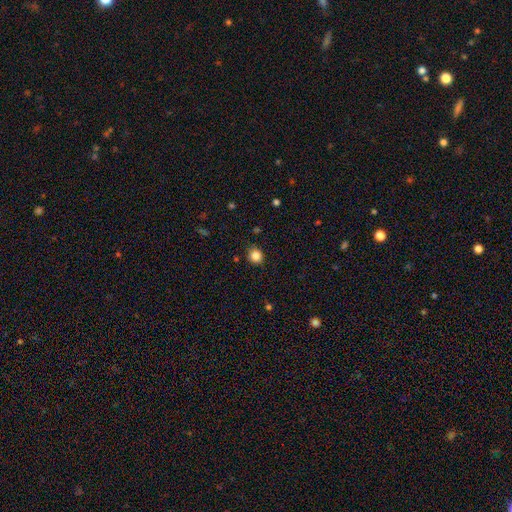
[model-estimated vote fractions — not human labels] Morphology: type=smooth (84%); roundness=round (84%); merging=none (87%).